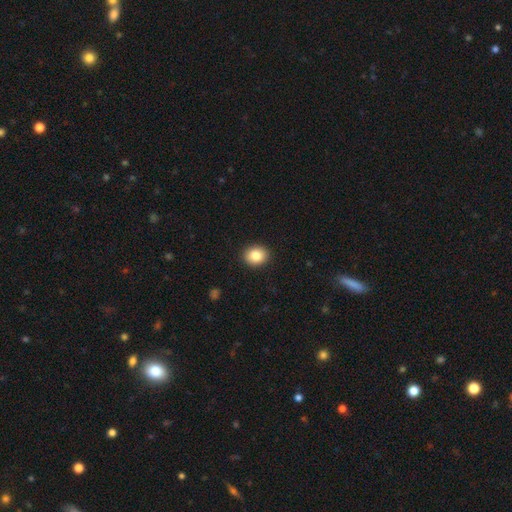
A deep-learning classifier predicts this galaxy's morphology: smooth 84%, star or artifact 9%, featured or disk 7%. Down the decision tree: how rounded — round (64%); merging — none (91%).